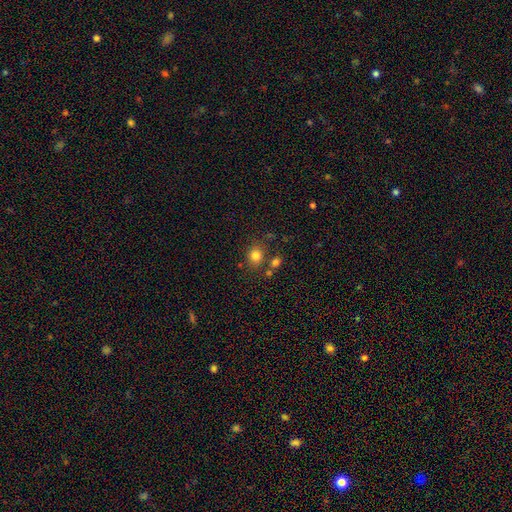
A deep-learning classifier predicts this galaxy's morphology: Q: Smooth or featured?
A: smooth (81%); runner-up: star or artifact (13%)
Q: How rounded?
A: round (72%); runner-up: in between (27%)
Q: Merging?
A: none (73%); runner-up: merger (12%)